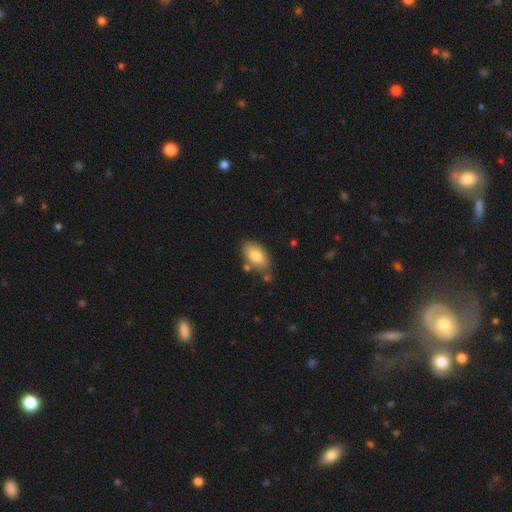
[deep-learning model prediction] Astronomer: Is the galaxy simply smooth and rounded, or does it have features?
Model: smooth — 81%.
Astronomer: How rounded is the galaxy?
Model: in between — 93%.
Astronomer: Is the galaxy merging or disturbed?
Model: none — 70%.